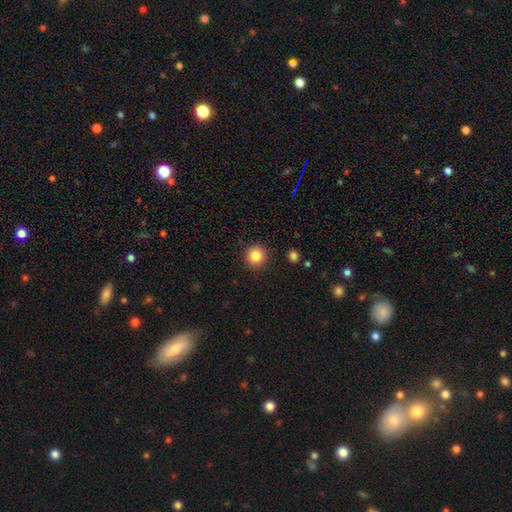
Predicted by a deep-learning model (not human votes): A smooth galaxy with no disk features (84%) that is round (94%).

Vote fractions:
- Smooth or featured? smooth: 84% / star or artifact: 10% / featured or disk: 6%
- How rounded? round: 94% / in between: 5% / cigar-shaped: 1%
- Merging? none: 91% / minor disturbance: 6% / major disturbance: 2% / merger: 1%